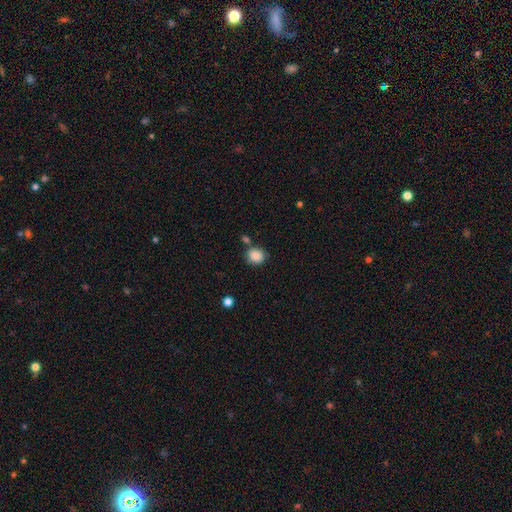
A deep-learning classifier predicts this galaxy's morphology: Smooth or featured? Predicted: smooth (p=0.87). How rounded? Predicted: round (p=0.73). Merging? Predicted: none (p=0.70).